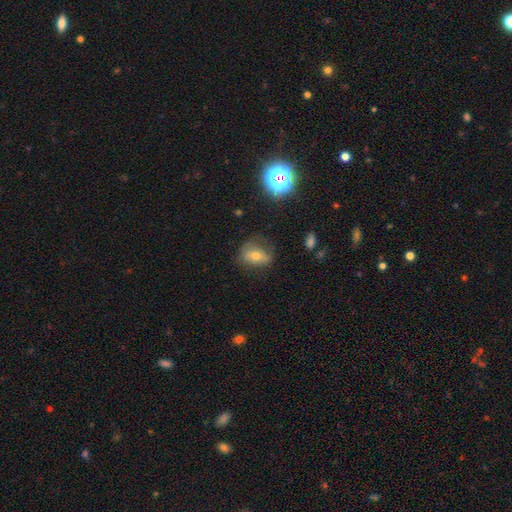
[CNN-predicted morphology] The model was most divided on "smooth or featured": smooth: 53%, featured or disk: 32%, star or artifact: 15%. More confident: how rounded — in between (69%); merging — none (59%).